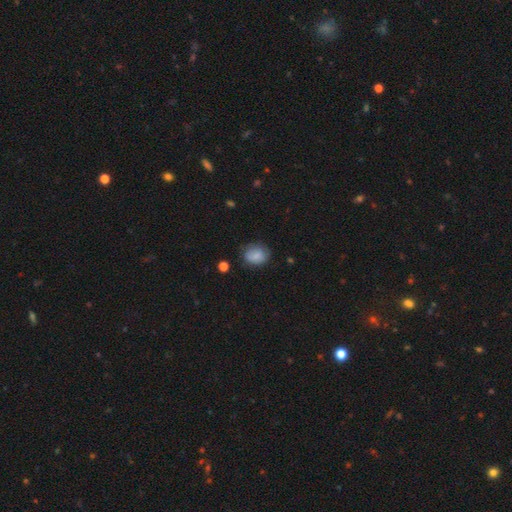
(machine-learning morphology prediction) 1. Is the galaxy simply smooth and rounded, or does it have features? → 81% smooth, 10% featured or disk, 9% star or artifact.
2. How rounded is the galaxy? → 52% in between, 47% round, 1% cigar-shaped.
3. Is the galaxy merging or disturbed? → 68% none, 24% minor disturbance, 6% major disturbance, 2% merger.